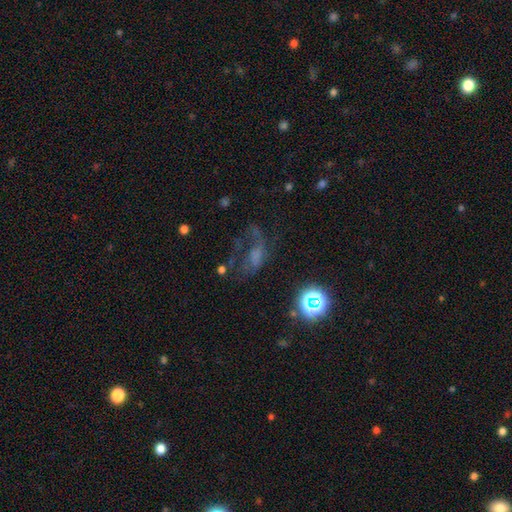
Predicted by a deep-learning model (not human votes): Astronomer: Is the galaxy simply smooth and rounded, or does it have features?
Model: featured or disk — 38% (runner-up: smooth, 33%).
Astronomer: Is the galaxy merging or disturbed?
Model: major disturbance — 41% (runner-up: none, 35%).